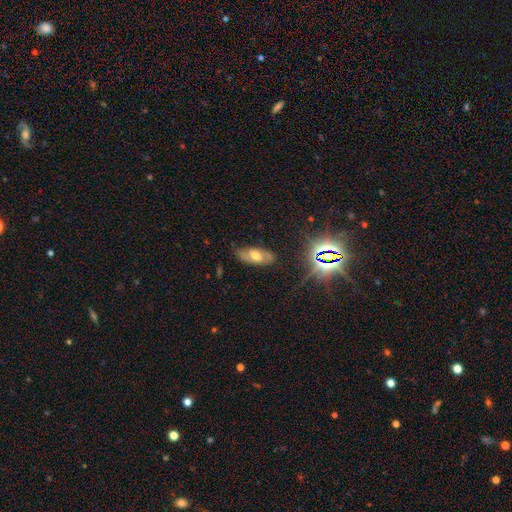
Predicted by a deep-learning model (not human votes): smooth_or_featured: featured or disk (p=0.48) [alt: smooth p=0.38]
merging: none (p=0.79) [alt: minor disturbance p=0.15]